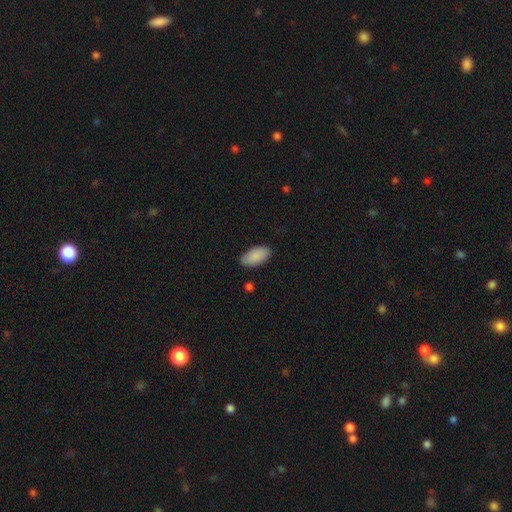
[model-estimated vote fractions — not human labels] Overall: smooth (89%). How rounded: in between (94%). Merging: none (87%).